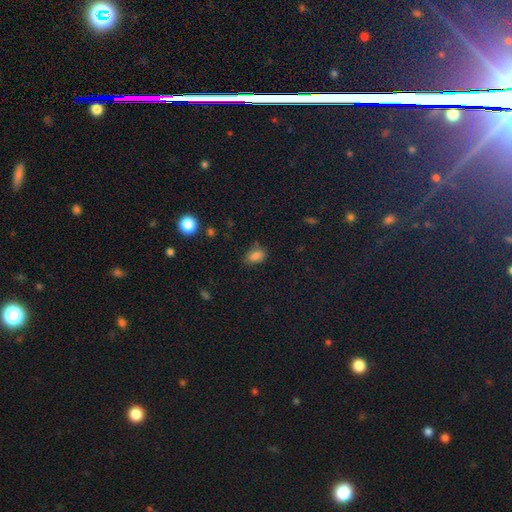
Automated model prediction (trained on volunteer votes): Smooth or featured? smooth (79%)
How rounded? in between (84%)
Merging? none (70%)